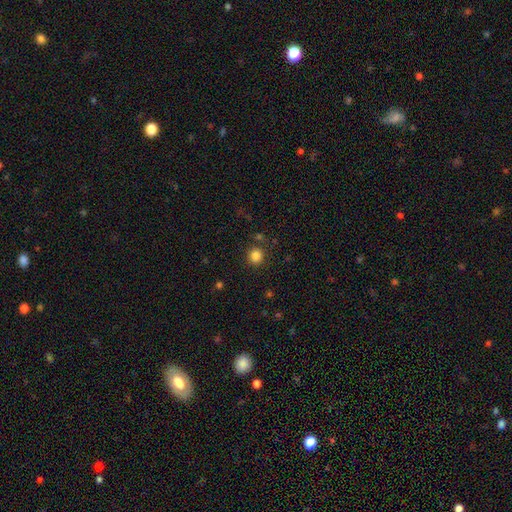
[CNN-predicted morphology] A smooth galaxy with no disk features (84%) that is round (90%). Merging: none (87%).